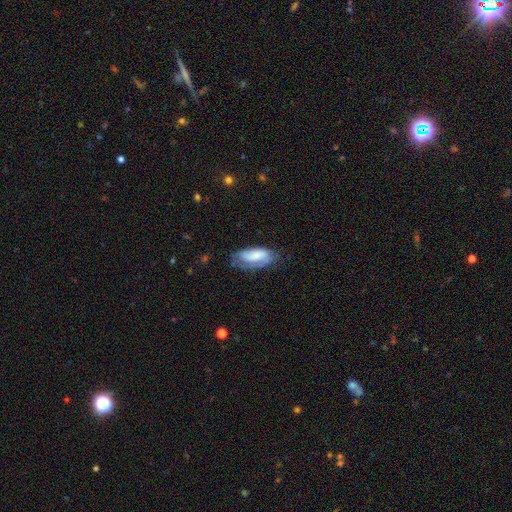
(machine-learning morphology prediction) smooth 58%, featured or disk 35%, star or artifact 7%. Down the decision tree: how rounded — in between (88%); merging — none (53%).